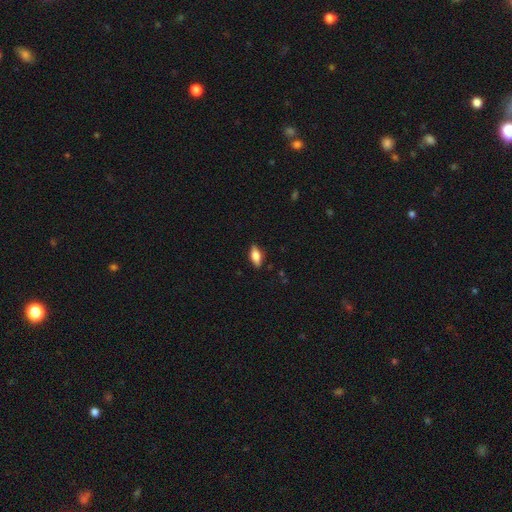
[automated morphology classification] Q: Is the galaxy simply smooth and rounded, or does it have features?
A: smooth — 73%.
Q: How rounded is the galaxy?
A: in between — 80%.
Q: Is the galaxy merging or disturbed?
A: none — 87%.